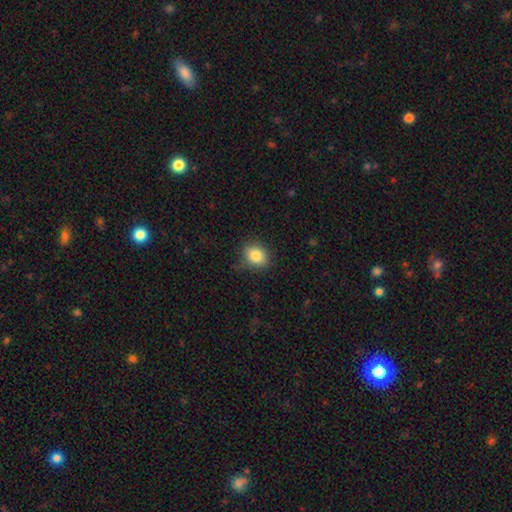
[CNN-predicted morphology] A smooth galaxy with no disk features (84%) that is round (53%).

Vote fractions:
- Smooth or featured? smooth: 84% / star or artifact: 9% / featured or disk: 6%
- How rounded? round: 53% / in between: 46% / cigar-shaped: 1%
- Merging? none: 80% / minor disturbance: 15% / major disturbance: 4% / merger: 1%